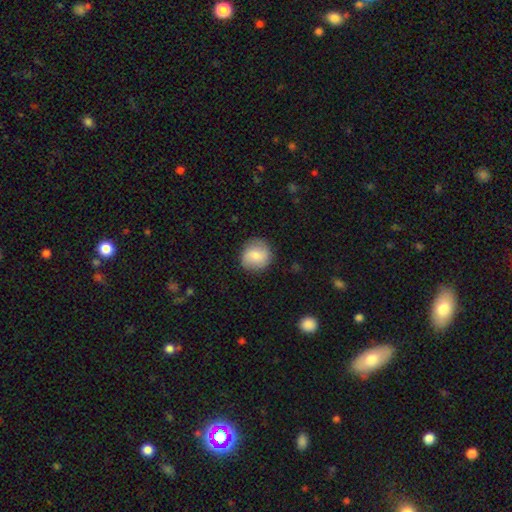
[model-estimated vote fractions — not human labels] Overall: smooth (70%). How rounded: round (89%). Merging: none (84%).